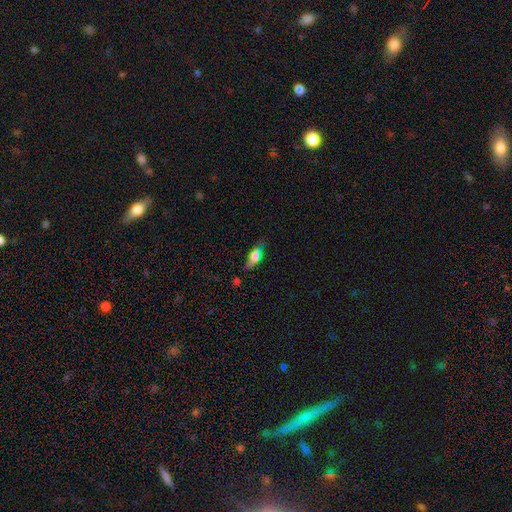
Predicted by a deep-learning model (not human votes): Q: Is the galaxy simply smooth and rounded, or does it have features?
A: smooth — 65%.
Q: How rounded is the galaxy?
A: in between — 68%.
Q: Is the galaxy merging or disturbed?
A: none — 60%.